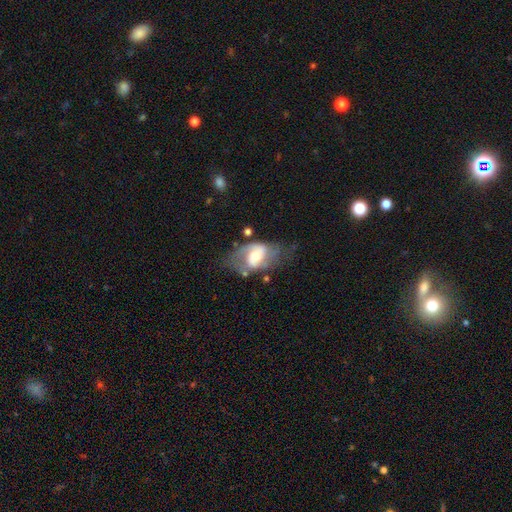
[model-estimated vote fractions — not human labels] Morphology: type=featured or disk (68%); edge-on=no (96%); bar=weak (44%); spiral arms=yes (79%); winding=medium (46%); arm count=2 (78%); bulge=moderate (60%); merging=none (45%).